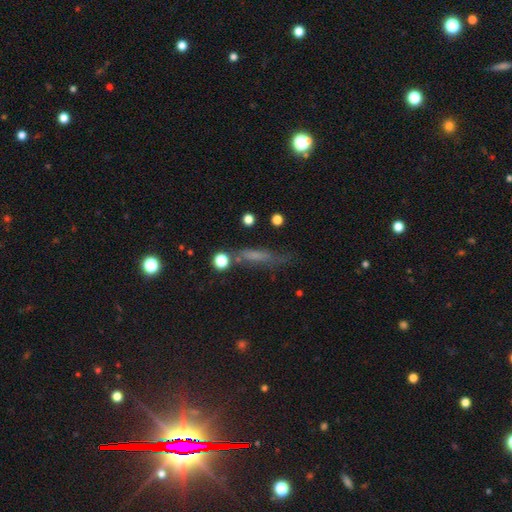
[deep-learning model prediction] This is possibly a smooth galaxy (58%). How rounded: likely cigar-shaped (72%). Merging: possibly none (56%).